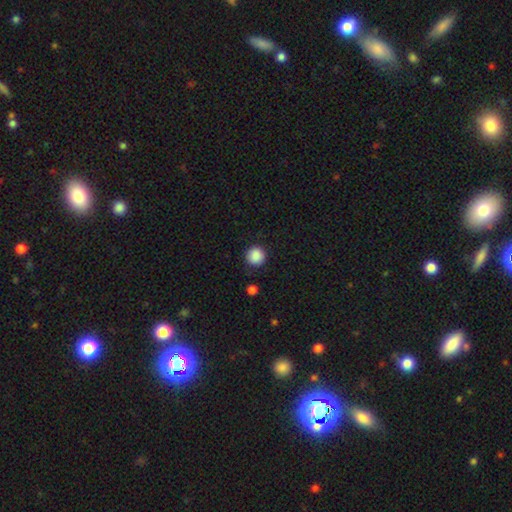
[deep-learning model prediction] A smooth galaxy with no disk features (88%) that is round (95%).

Vote fractions:
- Smooth or featured? smooth: 88% / star or artifact: 9% / featured or disk: 2%
- How rounded? round: 95% / in between: 5% / cigar-shaped: 1%
- Merging? none: 89% / minor disturbance: 7% / major disturbance: 2% / merger: 1%